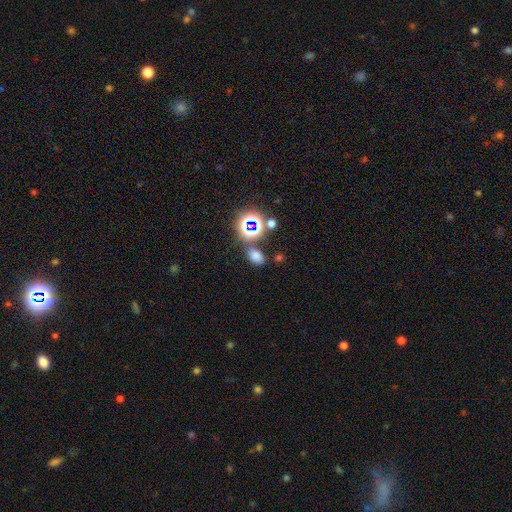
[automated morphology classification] type=smooth (67%); roundness=in between (80%); merging=none (73%).